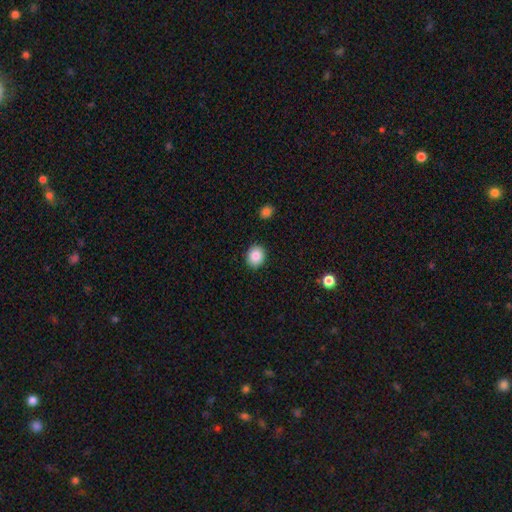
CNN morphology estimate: type=smooth (86%); roundness=round (66%); merging=none (90%).